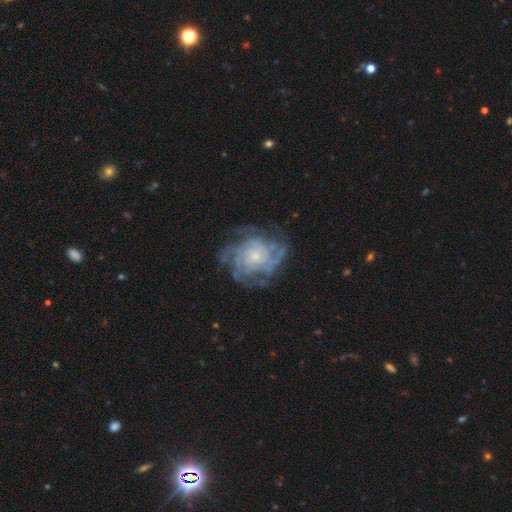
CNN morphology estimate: type=featured or disk (86%); edge-on=no (98%); bar=no (77%); spiral arms=yes (96%); winding=tight (66%); arm count=can't tell (28%); bulge=small (71%); merging=none (72%).